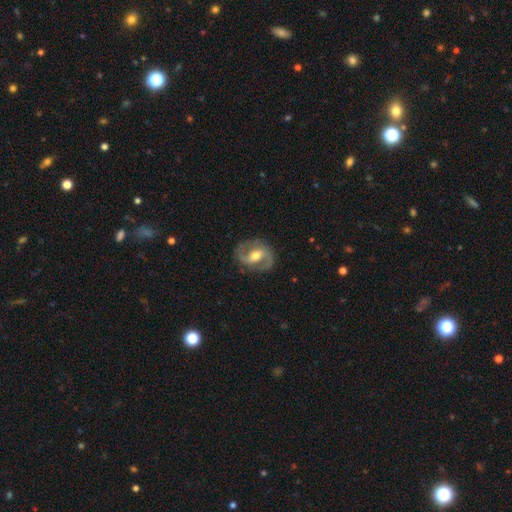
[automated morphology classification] Q: Smooth or featured?
A: featured or disk (84%); runner-up: smooth (11%)
Q: Edge-on disk?
A: no (97%); runner-up: yes (3%)
Q: Bar?
A: weak (45%); runner-up: strong (32%)
Q: Spiral arms?
A: yes (92%); runner-up: no (8%)
Q: Spiral winding?
A: medium (54%); runner-up: loose (24%)
Q: Spiral arm count?
A: 2 (91%); runner-up: can't tell (3%)
Q: Bulge size?
A: moderate (72%); runner-up: small (18%)
Q: Merging?
A: none (83%); runner-up: minor disturbance (11%)